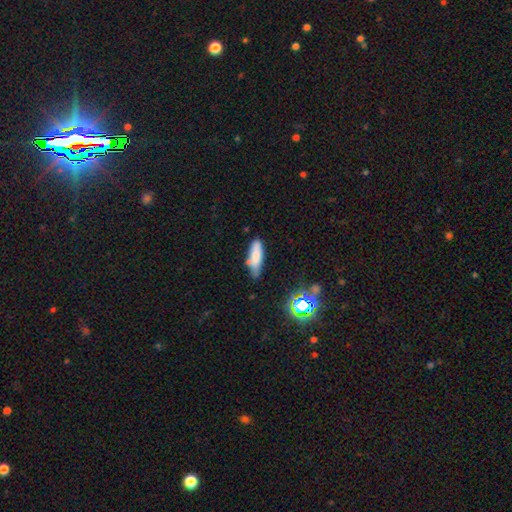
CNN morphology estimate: This appears to be a smooth galaxy with no disk features (75%) that is cigar-shaped (51%). Merging: none (60%).